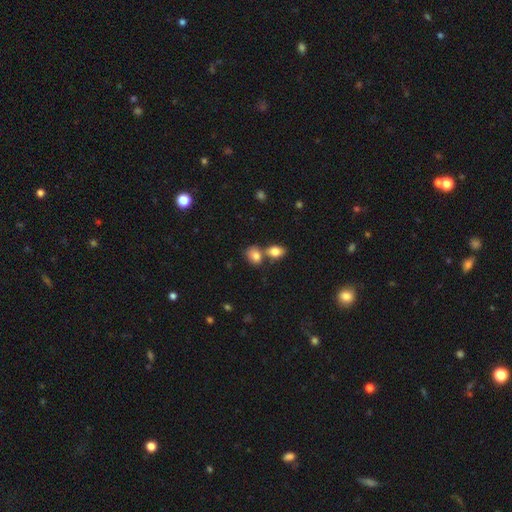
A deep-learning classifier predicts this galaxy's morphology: type=smooth (81%); roundness=in between (73%); merging=merger (43%).